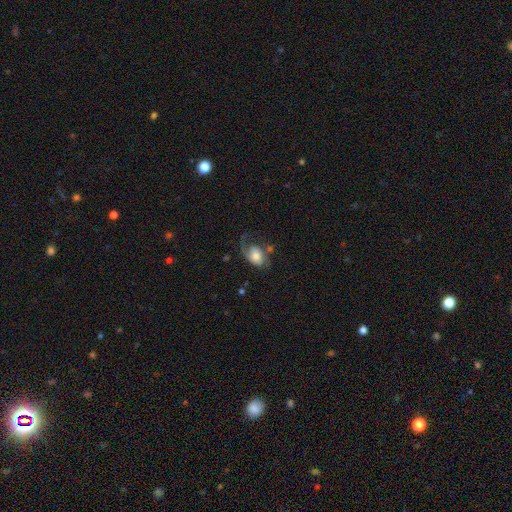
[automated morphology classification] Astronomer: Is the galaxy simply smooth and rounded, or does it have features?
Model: smooth — 46%, tied with featured or disk at 46%.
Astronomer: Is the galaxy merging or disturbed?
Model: major disturbance — 38% (runner-up: none, 34%).